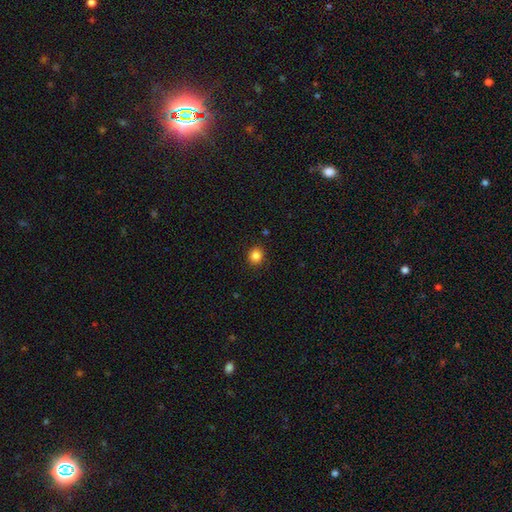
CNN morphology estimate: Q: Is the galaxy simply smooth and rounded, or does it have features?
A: smooth — 85%.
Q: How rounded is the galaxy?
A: round — 84%.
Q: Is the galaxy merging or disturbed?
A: none — 90%.